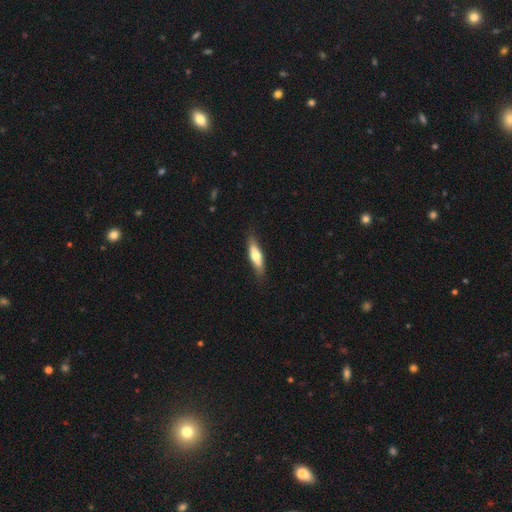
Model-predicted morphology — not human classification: smooth-or-featured: smooth: 58% | featured or disk: 37% | star or artifact: 5%
  how-rounded: cigar-shaped: 59% | in between: 39% | round: 2%
  merging: none: 83% | minor disturbance: 13% | major disturbance: 3% | merger: 1%